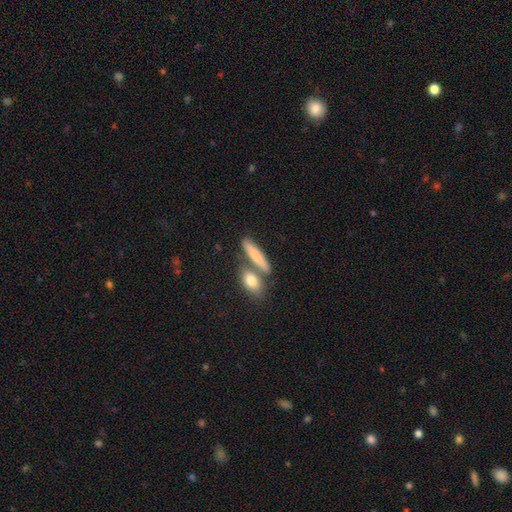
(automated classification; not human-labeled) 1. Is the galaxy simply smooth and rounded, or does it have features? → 76% smooth, 18% featured or disk, 6% star or artifact.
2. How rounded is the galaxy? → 62% cigar-shaped, 33% in between, 5% round.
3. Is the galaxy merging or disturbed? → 59% none, 27% merger, 11% minor disturbance, 4% major disturbance.